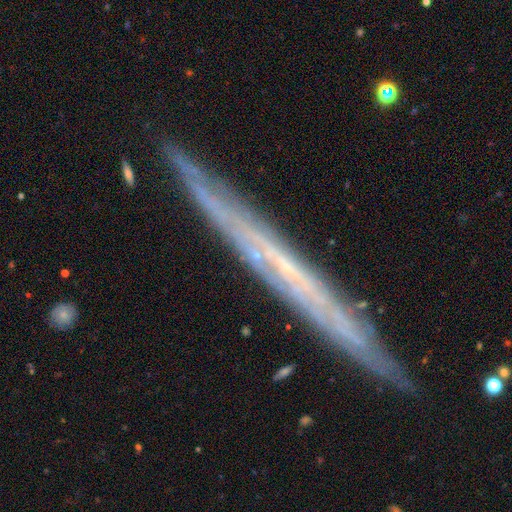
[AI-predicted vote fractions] Morphology: type=featured or disk (57%); edge-on=yes (61%); merging=none (75%).